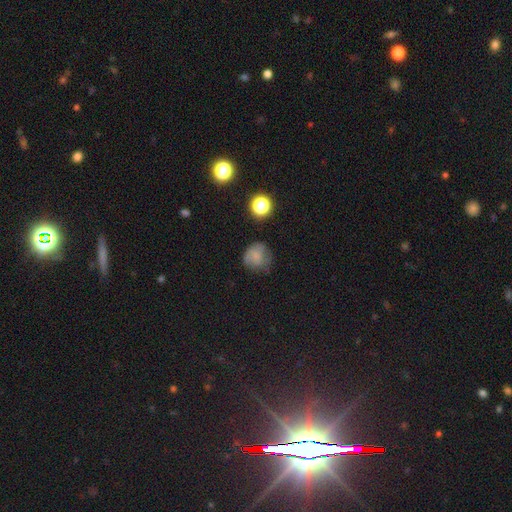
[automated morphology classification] type=smooth (55%); roundness=round (83%); merging=none (65%).